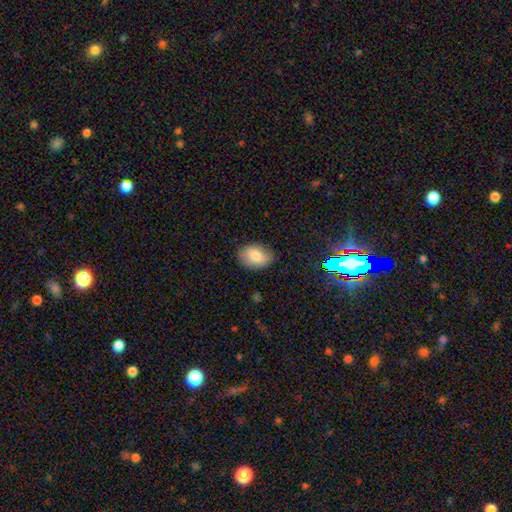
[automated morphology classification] Smooth or featured? Predicted: smooth (p=0.76). How rounded? Predicted: in between (p=0.78). Merging? Predicted: none (p=0.83).